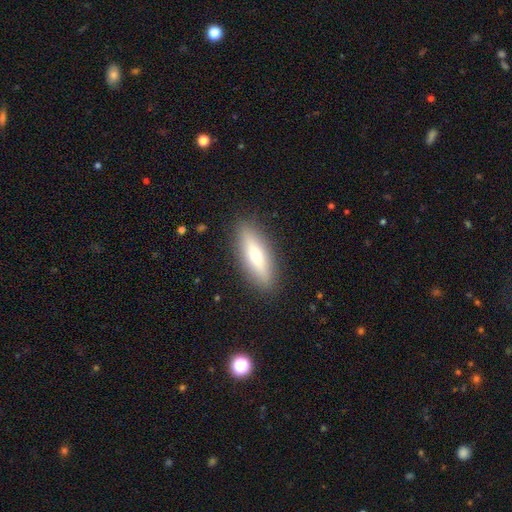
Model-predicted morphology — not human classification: smooth 59%, featured or disk 34%, star or artifact 7%. Down the decision tree: how rounded — cigar-shaped (58%); merging — none (89%).